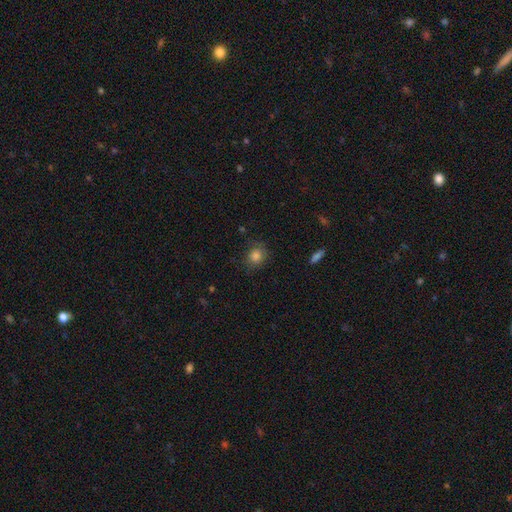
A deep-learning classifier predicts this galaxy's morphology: type=smooth (83%); roundness=round (77%); merging=none (77%).